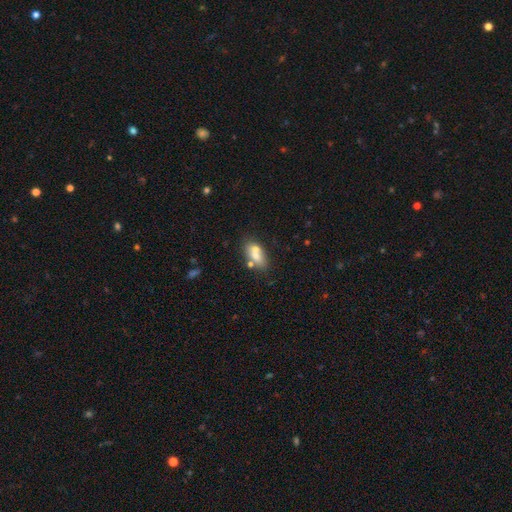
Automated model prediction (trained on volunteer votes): This appears to be a smooth galaxy with no disk features (65%) that is in between round and cigar-shaped (80%). Merging: none (47%).